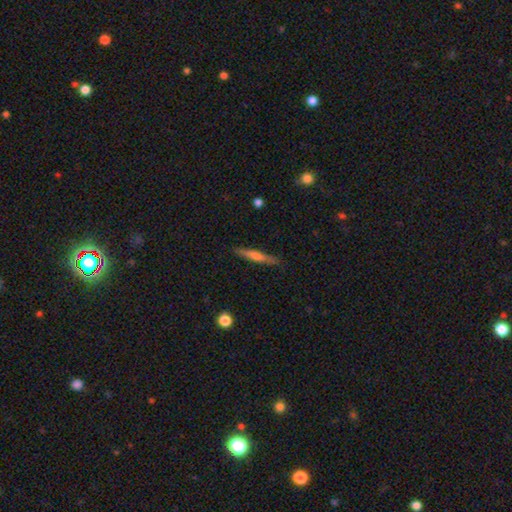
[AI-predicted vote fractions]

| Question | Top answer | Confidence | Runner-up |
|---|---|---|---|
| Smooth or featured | smooth | 47% | tied: featured or disk (47%) |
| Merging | none | 89% | minor disturbance (8%) |